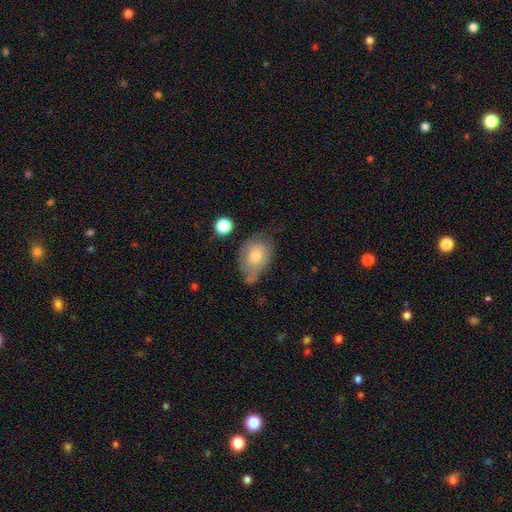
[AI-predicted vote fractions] Smooth or featured: smooth — 63% (featured or disk — 29%)
How rounded: in between — 76% (round — 23%)
Merging: none — 46% (minor disturbance — 34%)